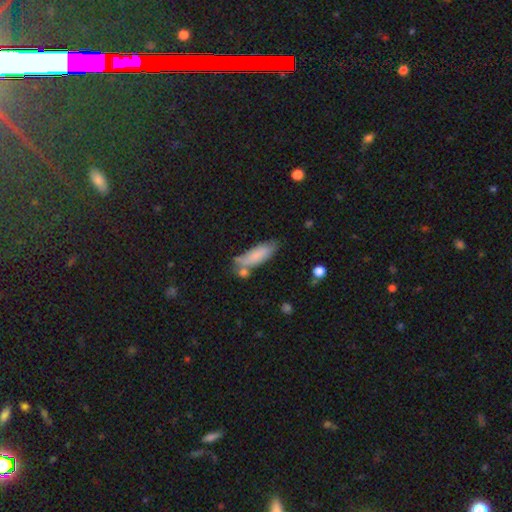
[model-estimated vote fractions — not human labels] Overall: smooth (80%). How rounded: in between (54%; cigar-shaped 44%). Merging: none (59%; minor disturbance 22%).